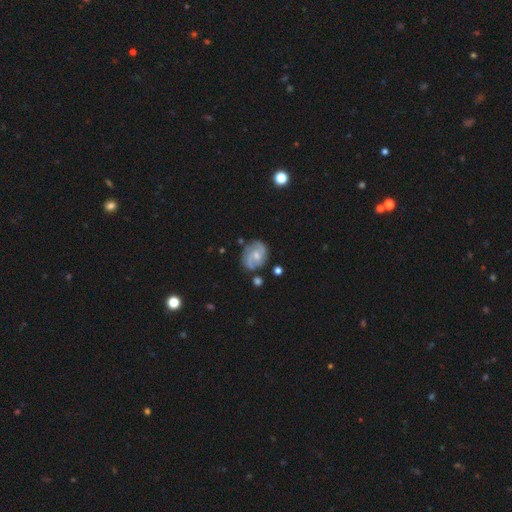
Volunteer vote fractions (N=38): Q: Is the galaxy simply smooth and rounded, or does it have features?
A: featured or disk — 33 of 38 (87%).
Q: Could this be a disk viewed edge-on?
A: no — 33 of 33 (100%).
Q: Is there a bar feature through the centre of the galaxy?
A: weak — 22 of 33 (67%).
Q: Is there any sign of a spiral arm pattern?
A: yes — 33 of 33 (100%).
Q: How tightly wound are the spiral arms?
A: medium — 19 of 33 (58%).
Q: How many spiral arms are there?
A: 2 — 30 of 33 (91%).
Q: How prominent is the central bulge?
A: moderate — 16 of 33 (48%).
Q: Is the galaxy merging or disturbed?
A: none — 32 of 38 (84%).